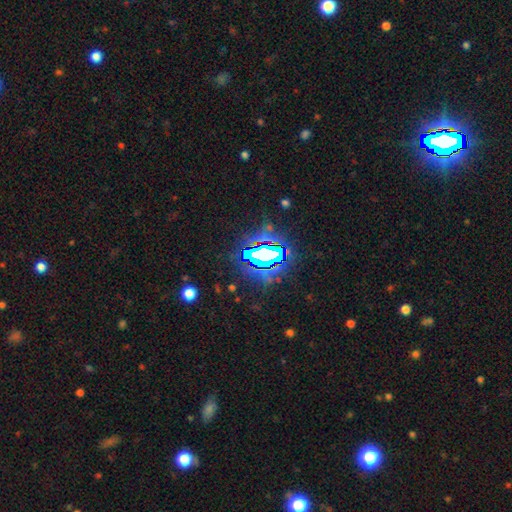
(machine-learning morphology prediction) Smooth or featured? star or artifact (81%)